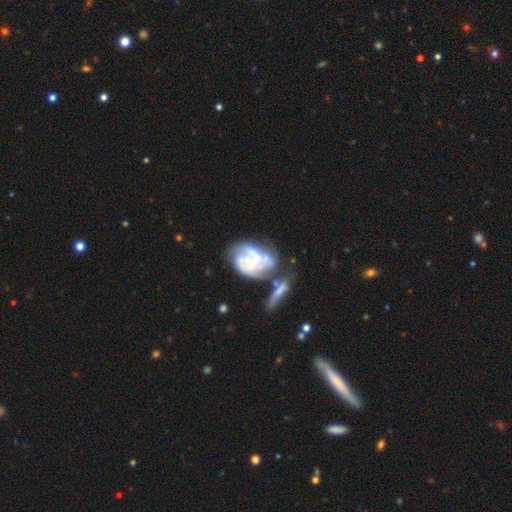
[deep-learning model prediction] Smooth or featured? featured or disk (72%)
Edge-on disk? no (97%)
Bar? no (79%)
Spiral arms? no (54%)
Bulge size? small (40%)
Merging? merger (34%)